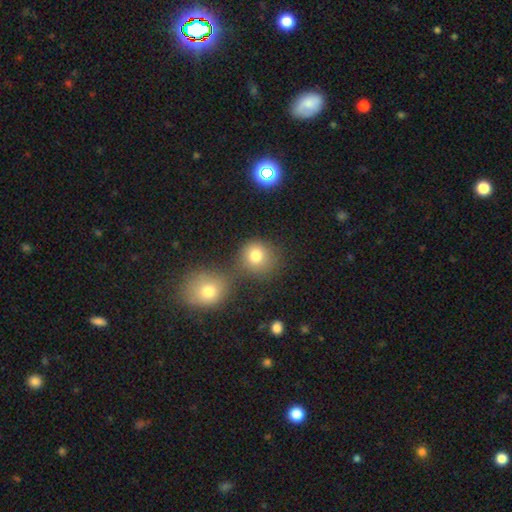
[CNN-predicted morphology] The model was most divided on "merging": none: 60%, merger: 27%, minor disturbance: 9%, major disturbance: 4%. More confident: how rounded — round (86%); smooth or featured — smooth (79%).